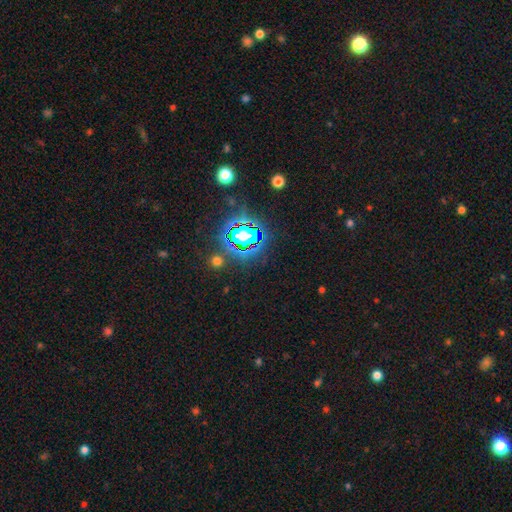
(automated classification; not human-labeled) star or artifact 83%, smooth 10%, featured or disk 7%.